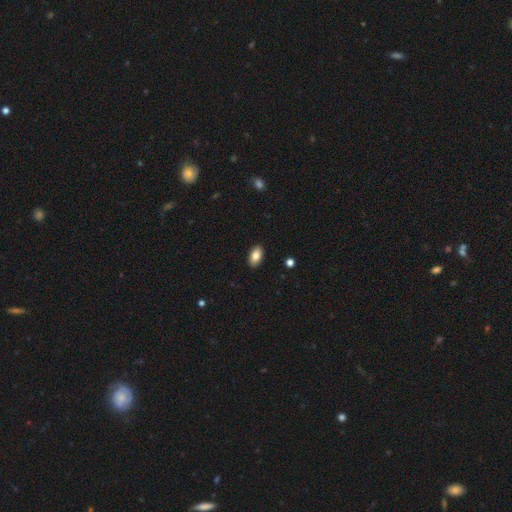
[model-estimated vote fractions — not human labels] A smooth galaxy with no disk features (83%) that is in between round and cigar-shaped (93%). Merging: none (90%).